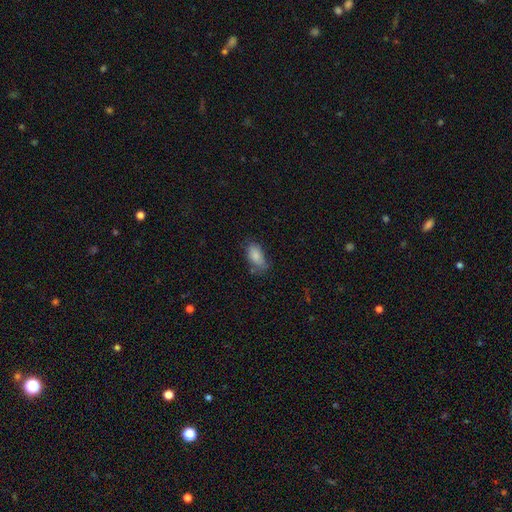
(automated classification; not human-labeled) The model was most divided on "merging": none: 58%, minor disturbance: 30%, major disturbance: 9%, merger: 3%. More confident: how rounded — in between (92%); smooth or featured — smooth (85%).